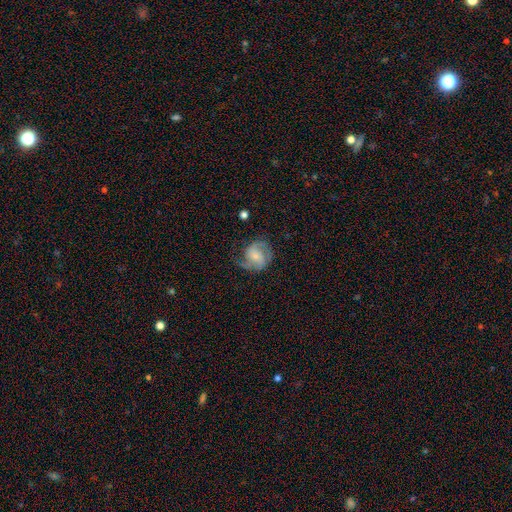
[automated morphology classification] Smooth or featured? featured or disk (69%)
Edge-on disk? no (98%)
Bar? no (52%)
Spiral arms? yes (91%)
Spiral winding? medium (48%)
Spiral arm count? 2 (75%)
Bulge size? small (62%)
Merging? none (58%)